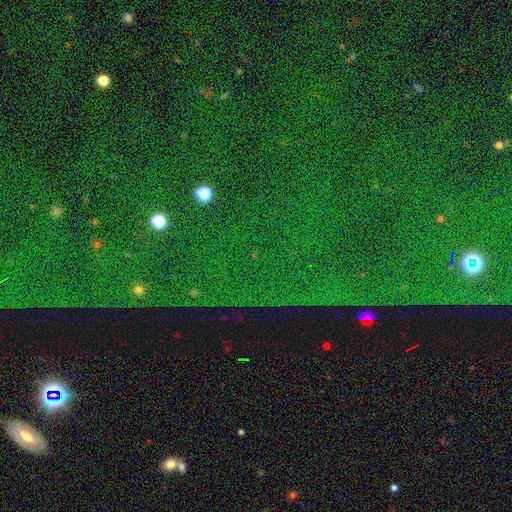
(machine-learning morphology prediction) type=star or artifact (81%).